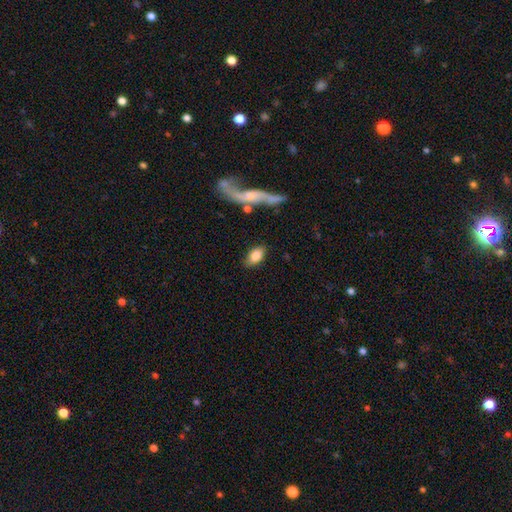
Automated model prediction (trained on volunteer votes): The model was most divided on "merging": none: 80%, minor disturbance: 13%, merger: 4%, major disturbance: 4%. More confident: how rounded — in between (91%); smooth or featured — smooth (81%).